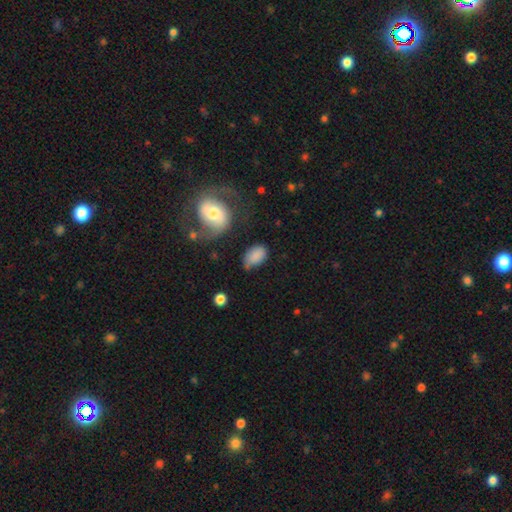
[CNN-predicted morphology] smooth_or_featured: smooth (p=0.81) [alt: featured or disk p=0.10]
how_rounded: in between (p=0.90) [alt: round p=0.08]
merging: none (p=0.55) [alt: minor disturbance p=0.29]